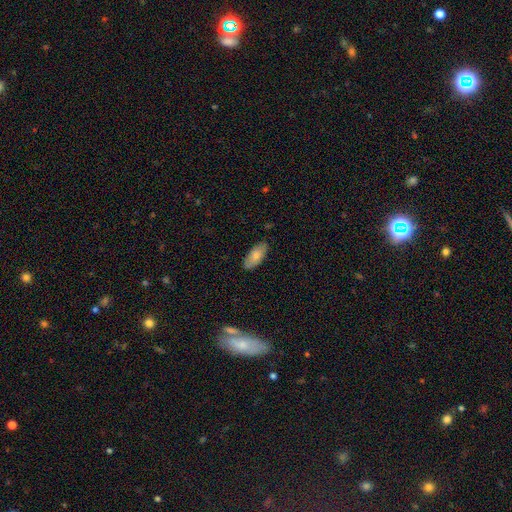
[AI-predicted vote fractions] A smooth galaxy with no disk features (75%) that is in between round and cigar-shaped (87%). Merging: none (83%).